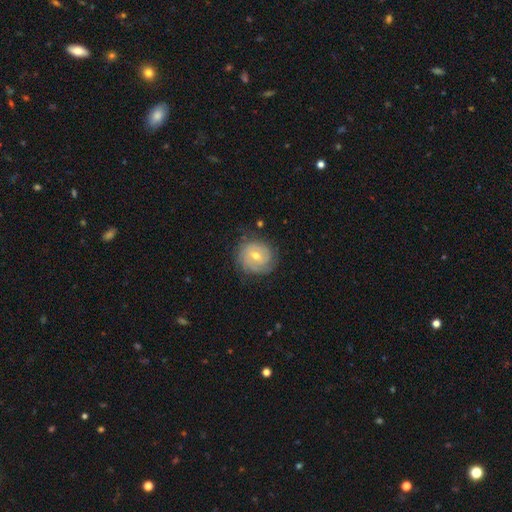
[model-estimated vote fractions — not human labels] A featured or disk galaxy (71%) with no bar (48%), can't tell (35%, tied with 2) tight (72%) spiral arms (88%) and a moderate central bulge (60%).

Vote fractions:
- Smooth or featured? featured or disk: 71% / smooth: 21% / star or artifact: 8%
- Edge-on disk? no: 97% / yes: 3%
- Bar? no: 48% / weak: 42% / strong: 10%
- Spiral arms? yes: 88% / no: 12%
- Spiral winding? tight: 72% / medium: 21% / loose: 7%
- Spiral arm count? can't tell: 35% (tied) / 2: 35% (tied) / 3: 15% / 1: 6% / 4: 5% / more than 4: 4%
- Bulge size? moderate: 60% / small: 36% / large: 2% / none: 1% / dominant: 1%
- Merging? none: 78% / minor disturbance: 16% / major disturbance: 5% / merger: 1%